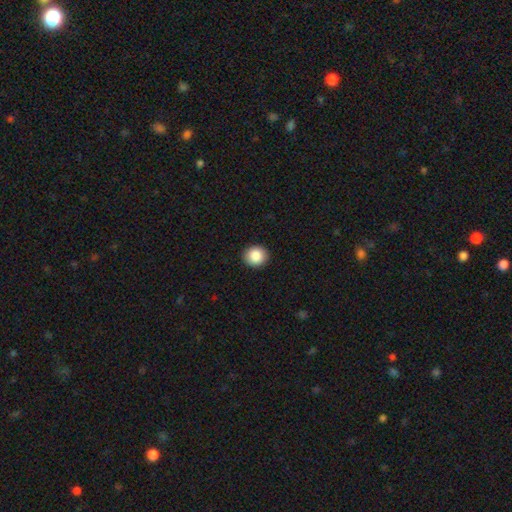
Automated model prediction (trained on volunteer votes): Q: Smooth or featured?
A: smooth (88%); runner-up: star or artifact (8%)
Q: How rounded?
A: round (86%); runner-up: in between (13%)
Q: Merging?
A: none (92%); runner-up: minor disturbance (5%)